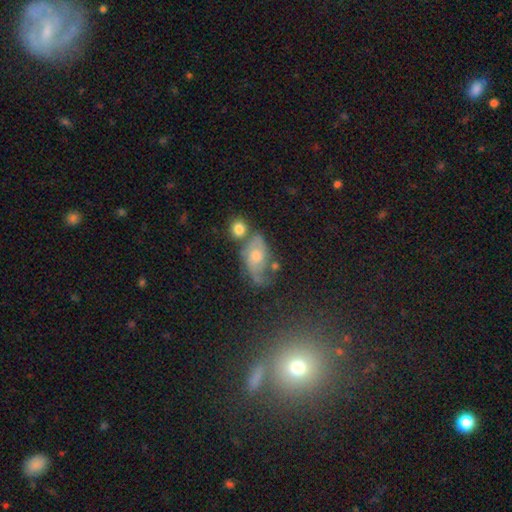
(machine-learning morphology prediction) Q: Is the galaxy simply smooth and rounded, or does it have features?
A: featured or disk — 58%.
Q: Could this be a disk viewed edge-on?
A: no — 92%.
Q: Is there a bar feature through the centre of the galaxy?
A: no — 69%.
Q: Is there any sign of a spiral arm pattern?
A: yes — 79%.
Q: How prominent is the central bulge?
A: moderate — 59%.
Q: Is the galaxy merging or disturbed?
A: none — 48%.